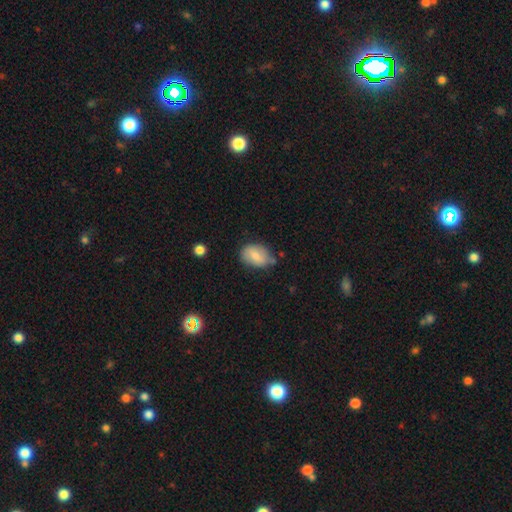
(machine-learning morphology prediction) smooth_or_featured: smooth (p=0.72) [alt: featured or disk p=0.20]
how_rounded: in between (p=0.80) [alt: round p=0.19]
merging: none (p=0.65) [alt: minor disturbance p=0.26]